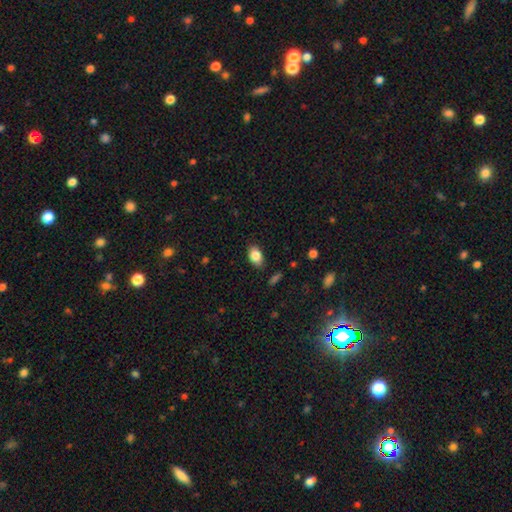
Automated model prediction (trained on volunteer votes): Smooth or featured?
  - smooth: 85% *
  - star or artifact: 8%
  - featured or disk: 7%
How rounded?
  - in between: 88% *
  - round: 10%
  - cigar-shaped: 2%
Merging?
  - none: 83% *
  - minor disturbance: 13%
  - major disturbance: 3%
  - merger: 1%